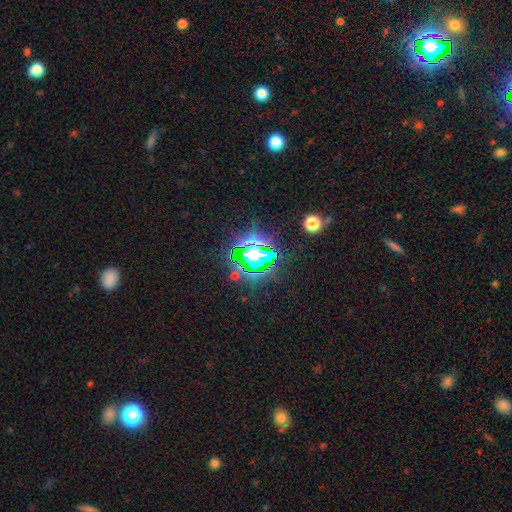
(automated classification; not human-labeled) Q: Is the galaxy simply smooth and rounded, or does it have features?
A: star or artifact — 71%.